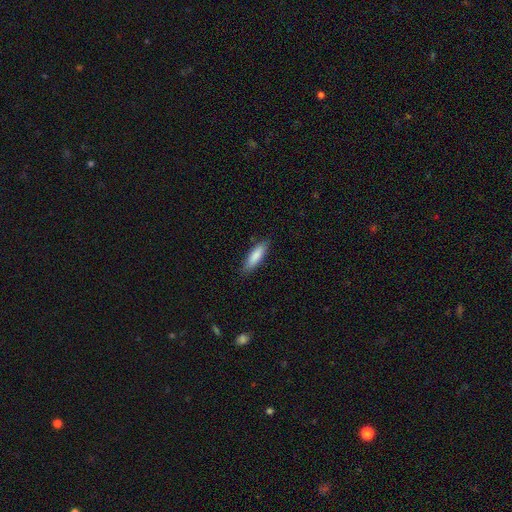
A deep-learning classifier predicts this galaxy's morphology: smooth 84%, featured or disk 11%, star or artifact 6%. Down the decision tree: how rounded — cigar-shaped (58%); merging — none (85%).